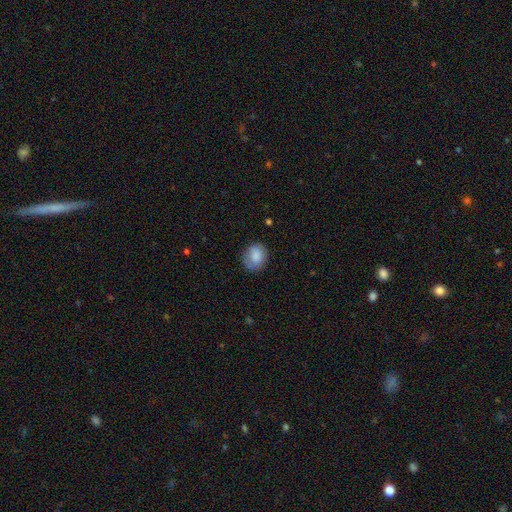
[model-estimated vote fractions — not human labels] Morphology: type=smooth (82%); roundness=round (57%); merging=none (70%).